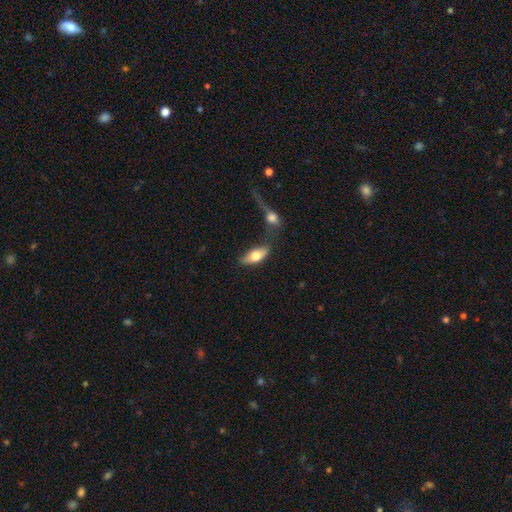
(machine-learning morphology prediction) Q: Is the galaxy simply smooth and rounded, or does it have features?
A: smooth — 63%.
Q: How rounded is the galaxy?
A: in between — 81%.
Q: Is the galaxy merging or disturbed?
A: none — 49%.